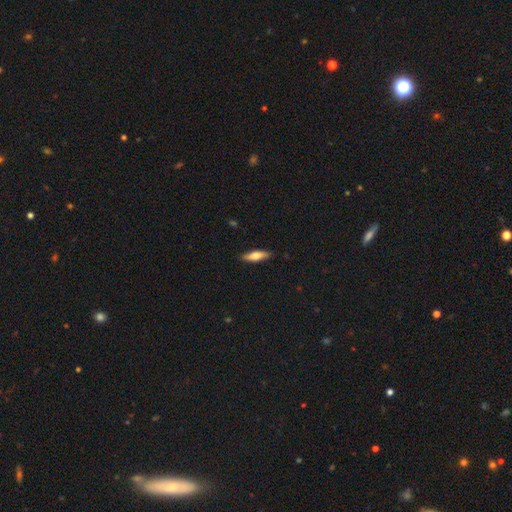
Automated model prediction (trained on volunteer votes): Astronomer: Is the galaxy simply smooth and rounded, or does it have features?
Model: smooth — 66%.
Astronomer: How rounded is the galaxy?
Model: cigar-shaped — 61% (runner-up: in between, 37%).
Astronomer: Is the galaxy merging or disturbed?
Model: none — 87%.